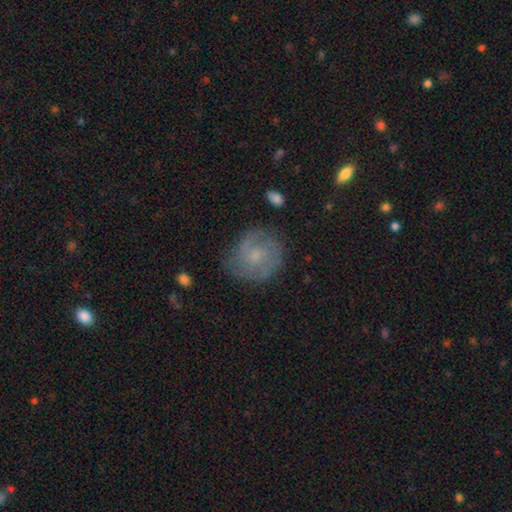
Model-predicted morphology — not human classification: Q: Smooth or featured?
A: featured or disk (59%); runner-up: smooth (33%)
Q: Edge-on disk?
A: no (97%); runner-up: yes (3%)
Q: Bar?
A: no (65%); runner-up: weak (31%)
Q: Spiral arms?
A: yes (85%); runner-up: no (15%)
Q: Bulge size?
A: small (57%); runner-up: moderate (31%)
Q: Merging?
A: none (75%); runner-up: minor disturbance (17%)